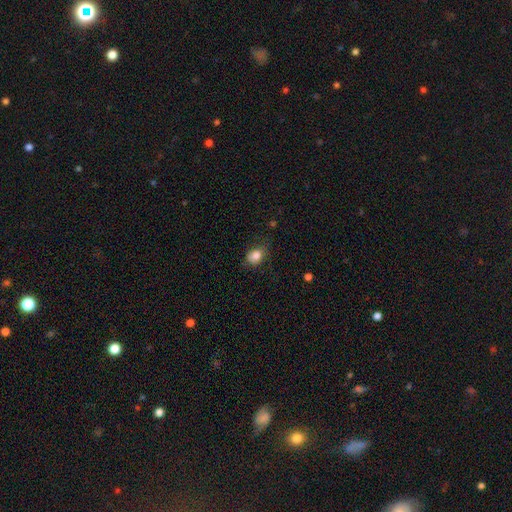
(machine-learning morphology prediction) Smooth or featured?
  - smooth: 83% *
  - star or artifact: 9%
  - featured or disk: 7%
How rounded?
  - in between: 57% *
  - round: 42%
  - cigar-shaped: 1%
Merging?
  - none: 69% *
  - minor disturbance: 23%
  - major disturbance: 7%
  - merger: 1%